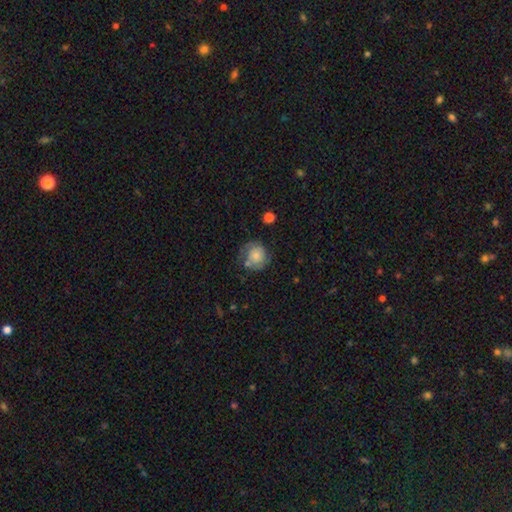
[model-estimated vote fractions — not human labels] Smooth or featured? smooth (50%)
How rounded? round (84%)
Merging? none (57%)